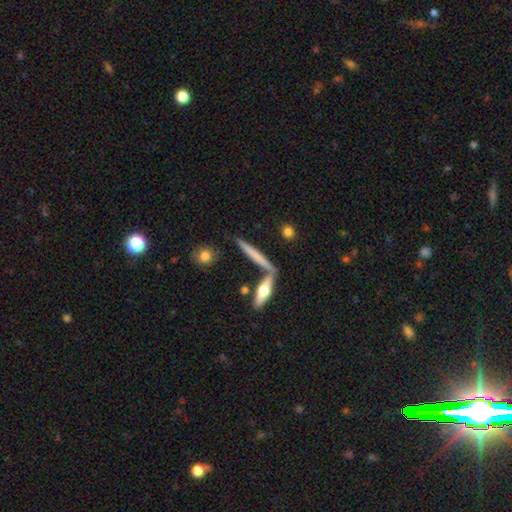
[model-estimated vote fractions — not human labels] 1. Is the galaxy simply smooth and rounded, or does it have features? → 52% smooth, 41% featured or disk, 7% star or artifact.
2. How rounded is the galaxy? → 90% cigar-shaped, 7% in between, 3% round.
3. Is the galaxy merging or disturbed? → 70% none, 16% merger, 11% minor disturbance, 4% major disturbance.